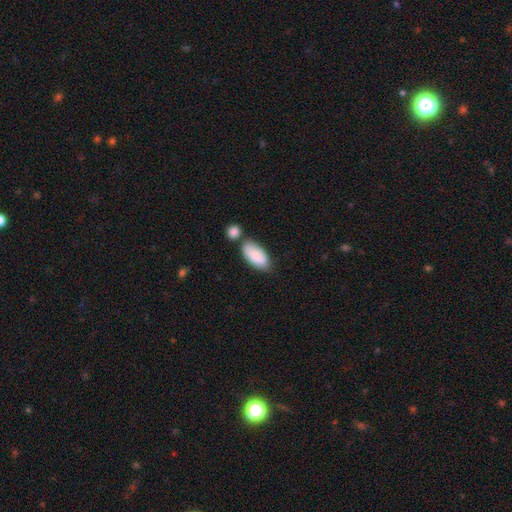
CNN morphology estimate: A smooth galaxy with no disk features (84%) that is in between round and cigar-shaped (92%).

Vote fractions:
- Smooth or featured? smooth: 84% / featured or disk: 10% / star or artifact: 6%
- How rounded? in between: 92% / cigar-shaped: 6% / round: 2%
- Merging? none: 59% / merger: 20% / minor disturbance: 17% / major disturbance: 4%